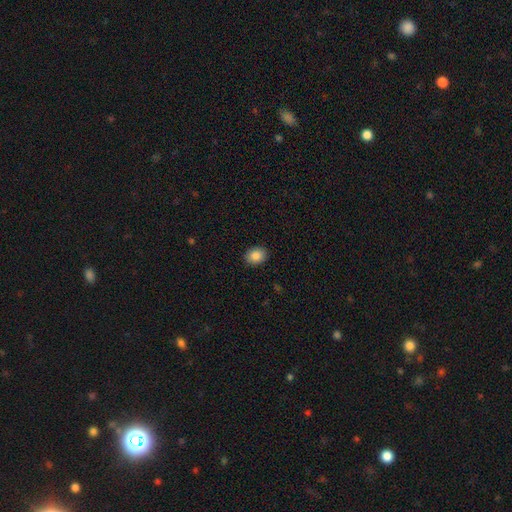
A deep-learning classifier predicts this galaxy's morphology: smooth_or_featured: smooth (p=0.87) [alt: star or artifact p=0.08]
how_rounded: in between (p=0.53) [alt: round p=0.46]
merging: none (p=0.90) [alt: minor disturbance p=0.07]